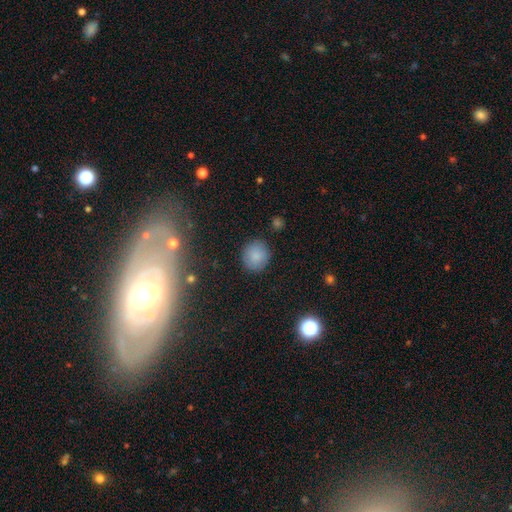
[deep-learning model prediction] Smooth or featured? smooth (85%)
How rounded? round (87%)
Merging? none (88%)